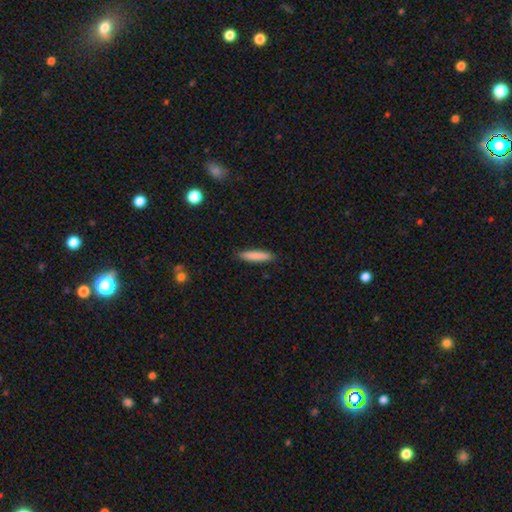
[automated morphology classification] Overall: smooth (86%). How rounded: cigar-shaped (84%). Merging: none (89%).